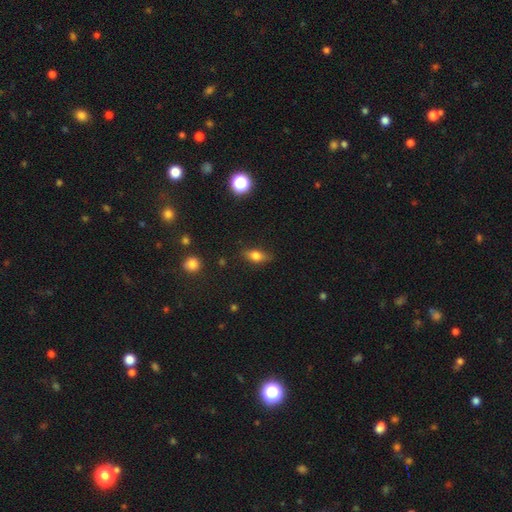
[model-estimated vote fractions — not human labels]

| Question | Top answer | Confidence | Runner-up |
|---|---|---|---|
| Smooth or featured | smooth | 70% | featured or disk (19%) |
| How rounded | in between | 76% | cigar-shaped (13%) |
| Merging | none | 80% | minor disturbance (15%) |